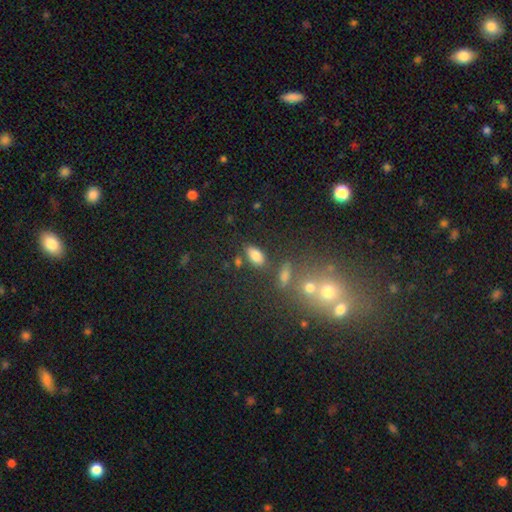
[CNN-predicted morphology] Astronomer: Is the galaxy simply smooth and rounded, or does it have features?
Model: smooth — 80%.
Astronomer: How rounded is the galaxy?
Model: in between — 90%.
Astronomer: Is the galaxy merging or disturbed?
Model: none — 76%.